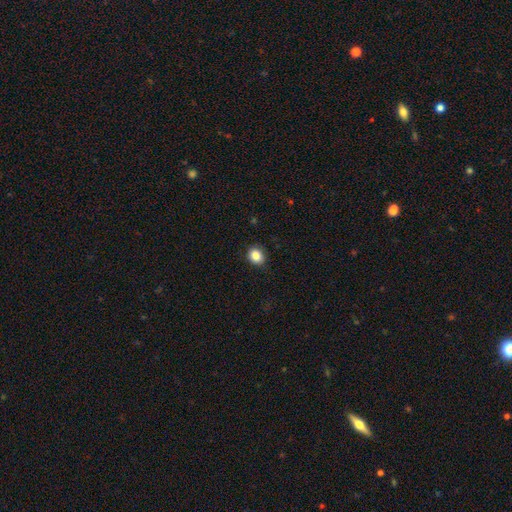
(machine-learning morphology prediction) Smooth or featured? Predicted: smooth (p=0.87). How rounded? Predicted: round (p=0.60). Merging? Predicted: none (p=0.85).